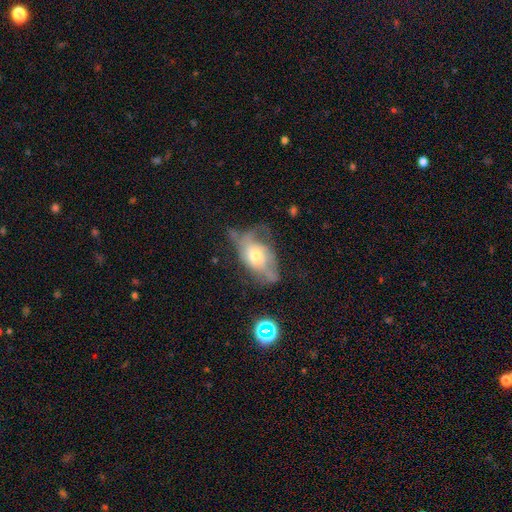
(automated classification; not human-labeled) Q: Smooth or featured?
A: featured or disk (58%); runner-up: smooth (32%)
Q: Edge-on disk?
A: no (89%); runner-up: yes (11%)
Q: Bar?
A: no (79%); runner-up: weak (17%)
Q: Spiral arms?
A: yes (57%); runner-up: no (43%)
Q: Bulge size?
A: moderate (62%); runner-up: small (27%)
Q: Merging?
A: none (35%); runner-up: major disturbance (31%)